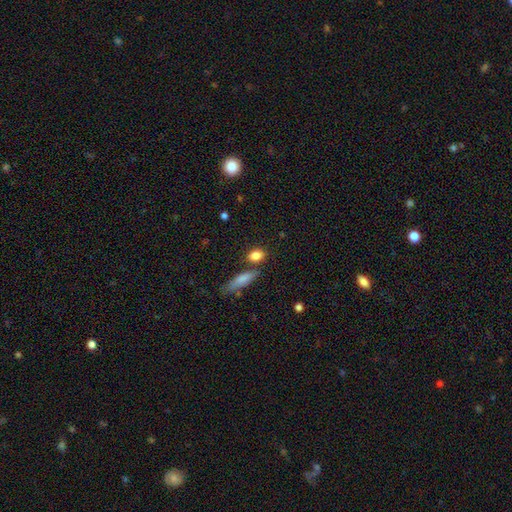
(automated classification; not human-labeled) Smooth or featured? Predicted: smooth (p=0.85). How rounded? Predicted: in between (p=0.67). Merging? Predicted: none (p=0.69).